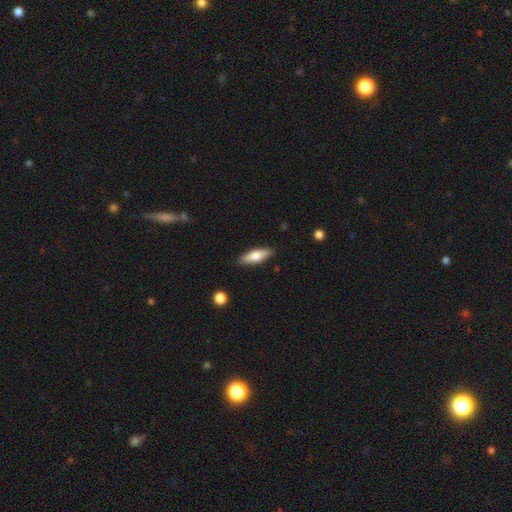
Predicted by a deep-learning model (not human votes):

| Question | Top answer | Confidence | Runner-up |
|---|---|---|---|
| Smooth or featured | smooth | 67% | featured or disk (27%) |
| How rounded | in between | 49% | tied: cigar-shaped (49%) |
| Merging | none | 87% | minor disturbance (9%) |